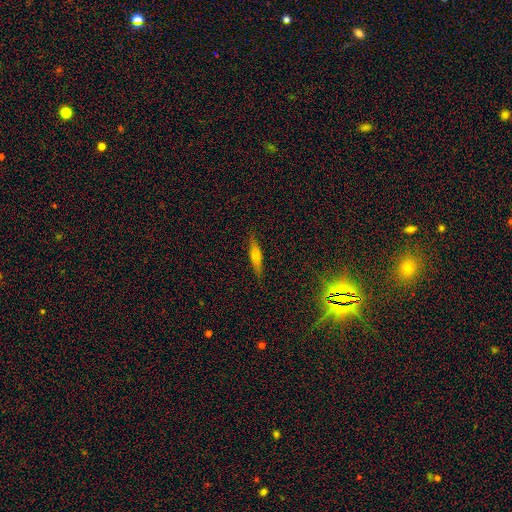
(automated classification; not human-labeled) Smooth or featured?
  - smooth: 55% *
  - featured or disk: 36%
  - star or artifact: 9%
How rounded?
  - cigar-shaped: 76% *
  - in between: 21%
  - round: 2%
Merging?
  - none: 87% *
  - minor disturbance: 10%
  - major disturbance: 2%
  - merger: 1%